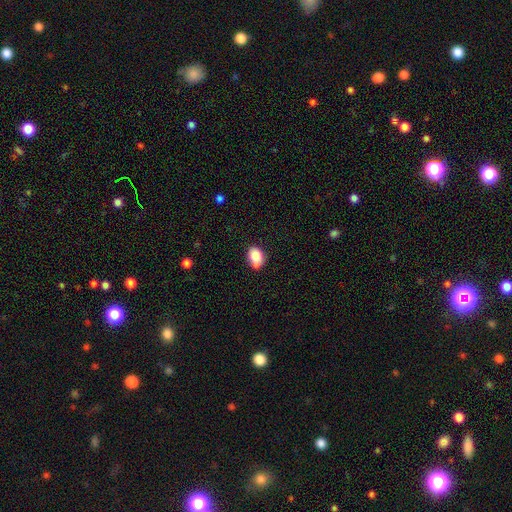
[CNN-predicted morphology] Overall: smooth (83%). How rounded: in between (72%). Merging: none (53%; minor disturbance 27%).